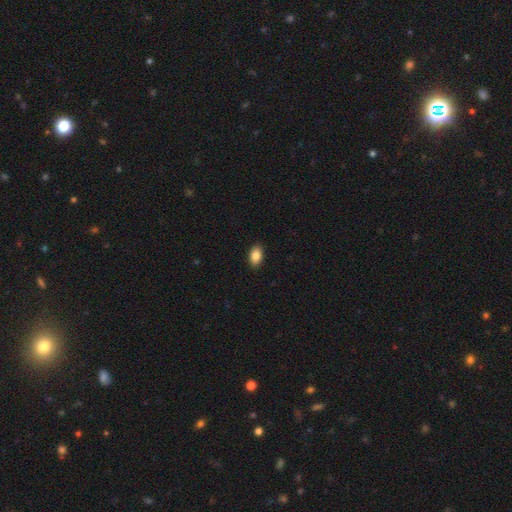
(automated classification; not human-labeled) Overall: smooth (86%). How rounded: in between (91%). Merging: none (90%).